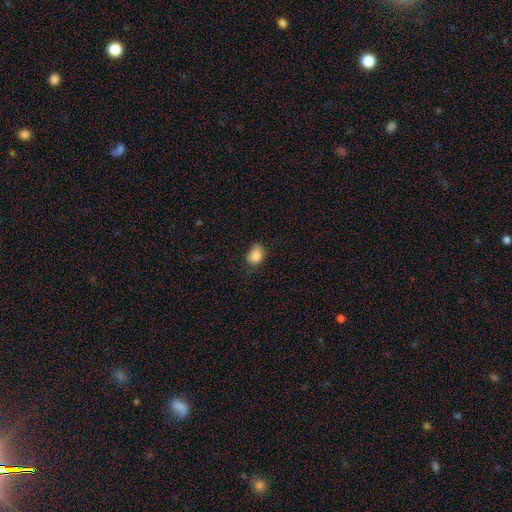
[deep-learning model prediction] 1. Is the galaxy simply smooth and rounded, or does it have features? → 86% smooth, 9% star or artifact, 5% featured or disk.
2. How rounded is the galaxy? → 70% in between, 29% round, 1% cigar-shaped.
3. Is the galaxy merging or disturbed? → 63% none, 29% minor disturbance, 7% major disturbance, 1% merger.